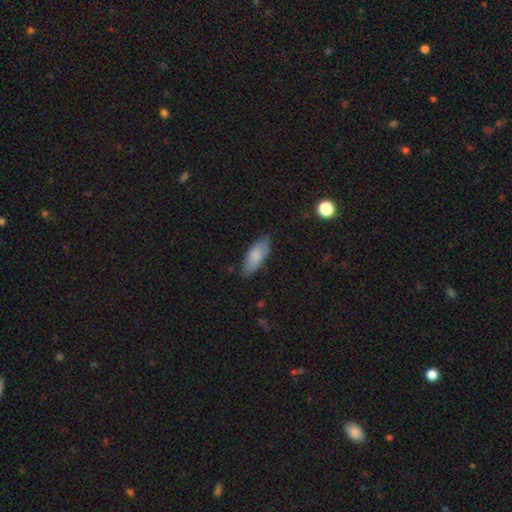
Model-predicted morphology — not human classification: Overall: smooth (79%). How rounded: in between (77%). Merging: none (77%).